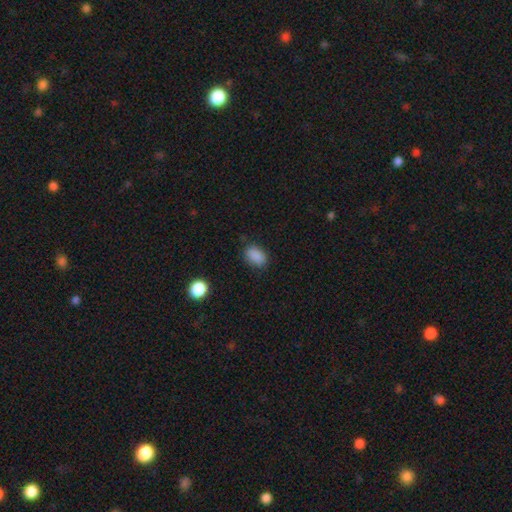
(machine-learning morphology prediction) Q: Smooth or featured?
A: smooth (87%); runner-up: star or artifact (10%)
Q: How rounded?
A: in between (84%); runner-up: round (14%)
Q: Merging?
A: none (81%); runner-up: minor disturbance (14%)